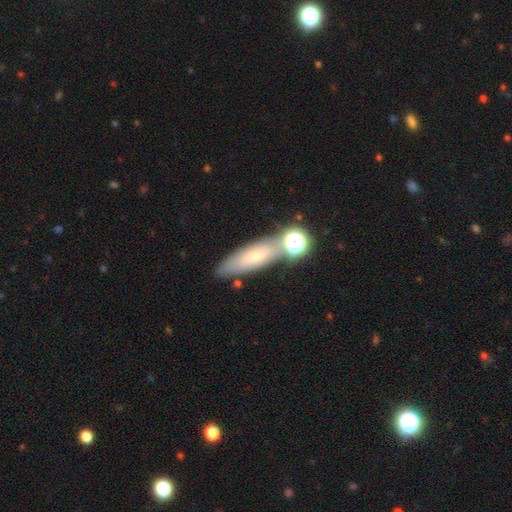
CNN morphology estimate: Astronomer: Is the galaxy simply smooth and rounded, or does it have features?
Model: smooth — 59%.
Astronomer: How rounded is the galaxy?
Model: cigar-shaped — 49% (runner-up: in between, 46%).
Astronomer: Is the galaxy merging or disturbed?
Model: none — 63%.